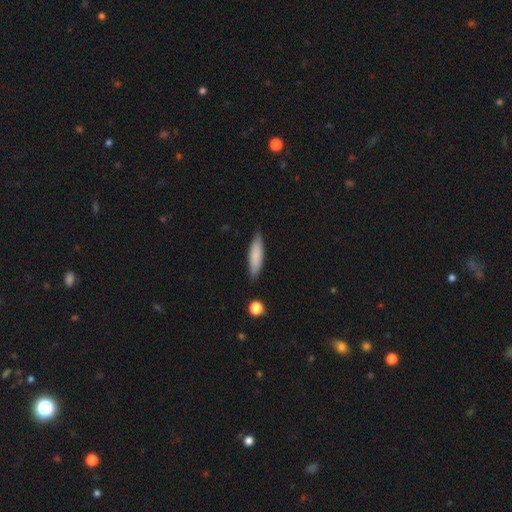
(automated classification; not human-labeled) Smooth or featured: smooth — 80% (featured or disk — 14%)
How rounded: cigar-shaped — 69% (in between — 29%)
Merging: none — 83% (minor disturbance — 13%)